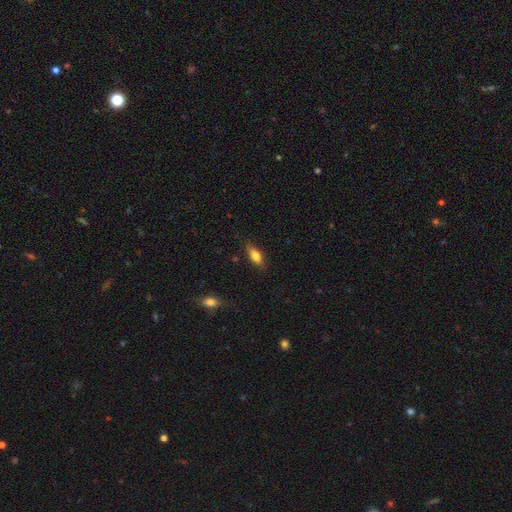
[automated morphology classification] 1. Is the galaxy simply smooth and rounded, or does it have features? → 74% smooth, 19% featured or disk, 7% star or artifact.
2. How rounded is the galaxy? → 74% in between, 23% cigar-shaped, 3% round.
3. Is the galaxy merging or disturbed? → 83% none, 13% minor disturbance, 3% major disturbance, 1% merger.